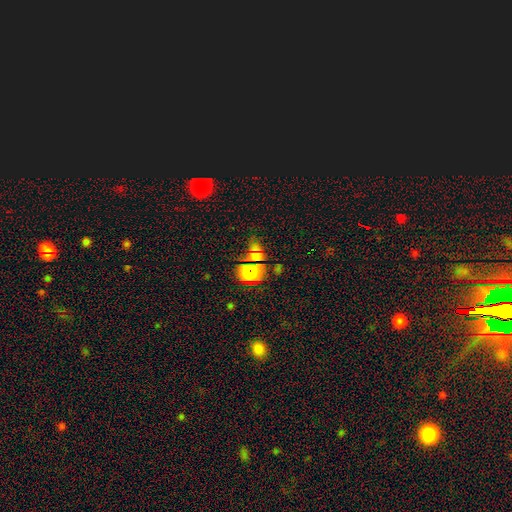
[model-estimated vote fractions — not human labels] Overall: star or artifact (55%; smooth 37%).